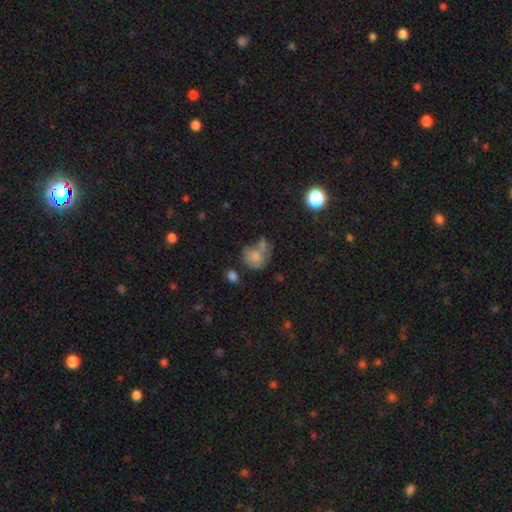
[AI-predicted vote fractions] Q: Smooth or featured?
A: smooth (69%); runner-up: featured or disk (21%)
Q: How rounded?
A: round (69%); runner-up: in between (30%)
Q: Merging?
A: none (33%); runner-up: merger (32%)